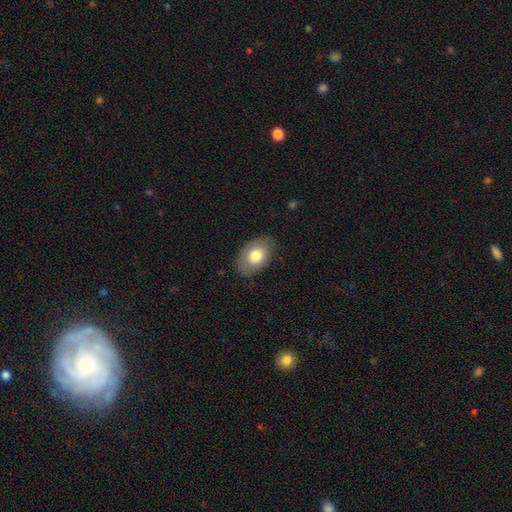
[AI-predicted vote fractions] Morphology: type=smooth (75%); roundness=in between (86%); merging=none (80%).